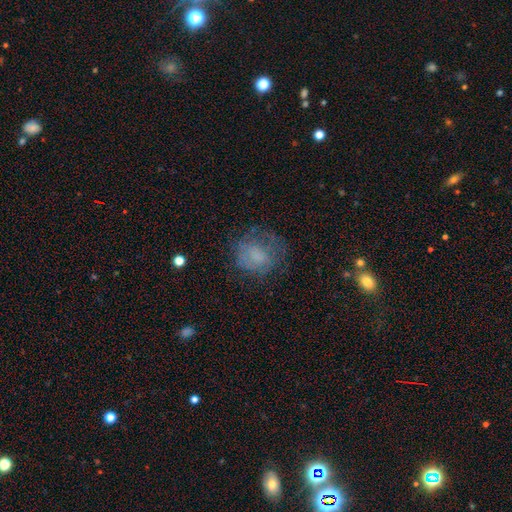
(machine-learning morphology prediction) smooth-or-featured: smooth: 56% | featured or disk: 31% | star or artifact: 13%
  how-rounded: round: 71% | in between: 28% | cigar-shaped: 1%
  merging: none: 59% | minor disturbance: 21% | major disturbance: 18% | merger: 2%